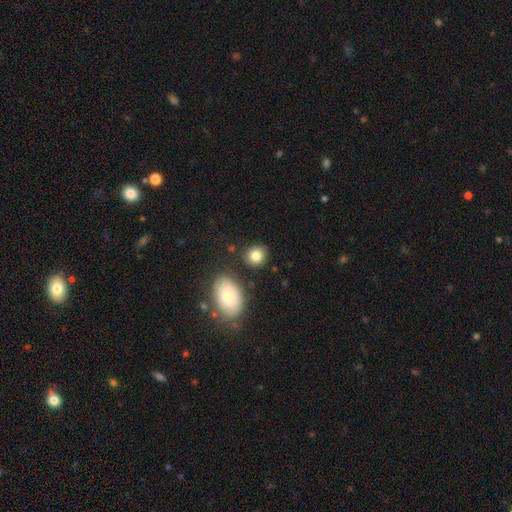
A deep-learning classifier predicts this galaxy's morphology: smooth 84%, star or artifact 9%, featured or disk 7%. Down the decision tree: how rounded — round (79%); merging — none (81%).